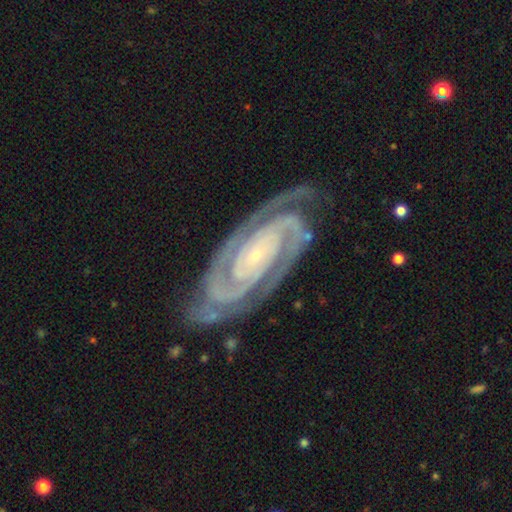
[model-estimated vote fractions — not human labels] smooth-or-featured: featured or disk: 93% | star or artifact: 4% | smooth: 2%
  disk-edge-on: no: 97% | yes: 3%
    bar: no: 63% | weak: 19% | strong: 18%
    has-spiral-arms: yes: 99% | no: 1%
      spiral-winding: tight: 81% | medium: 17% | loose: 2%
      spiral-arm-count: 2: 73% | 3: 12% | 4: 5% | can't tell: 4% | more than 4: 3% | 1: 3%
    bulge-size: small: 86% | moderate: 10% | none: 2% | large: 1% | dominant: 1%
  merging: none: 80% | minor disturbance: 15% | major disturbance: 4% | merger: 1%